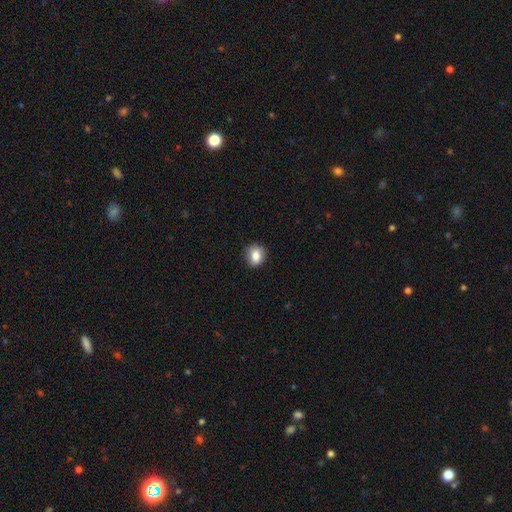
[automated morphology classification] This appears to be a smooth galaxy with no disk features (83%) that is round (56%). Merging: none (84%).